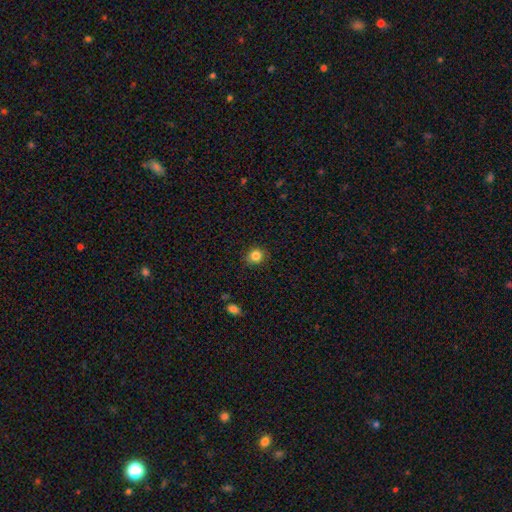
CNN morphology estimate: Smooth or featured? smooth (84%)
How rounded? round (81%)
Merging? none (86%)